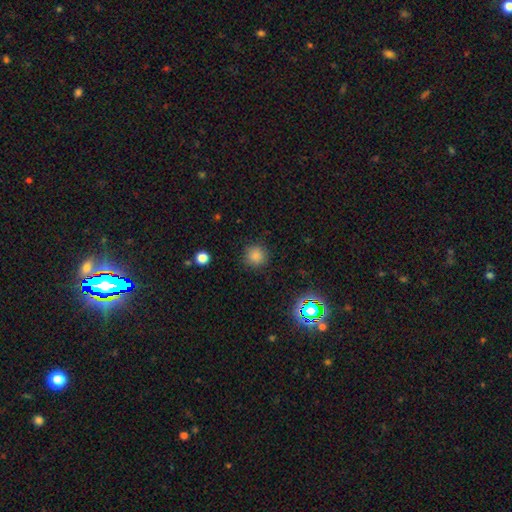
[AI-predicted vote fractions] The model was most divided on "smooth or featured": smooth: 80%, star or artifact: 15%, featured or disk: 5%. More confident: how rounded — round (94%); merging — none (88%).